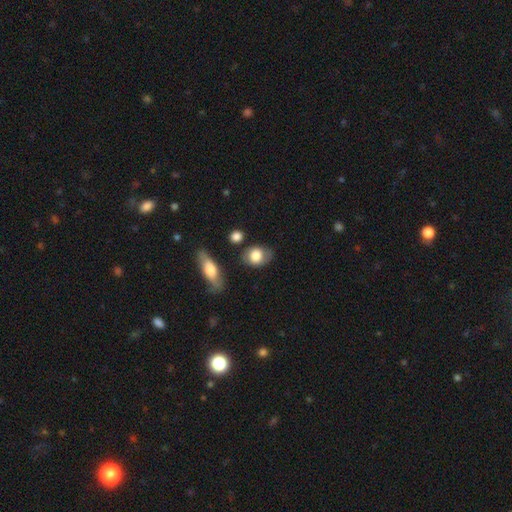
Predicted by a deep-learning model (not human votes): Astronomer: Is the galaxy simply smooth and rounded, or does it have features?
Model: smooth — 74%.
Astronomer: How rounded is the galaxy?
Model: in between — 61% (runner-up: round, 37%).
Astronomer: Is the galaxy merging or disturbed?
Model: none — 66%.